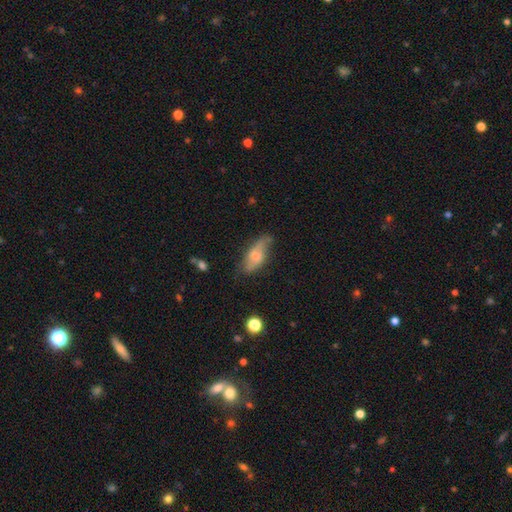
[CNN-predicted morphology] Smooth or featured?
  - smooth: 52% *
  - featured or disk: 39%
  - star or artifact: 8%
How rounded?
  - in between: 77% *
  - cigar-shaped: 19%
  - round: 4%
Merging?
  - none: 49% *
  - minor disturbance: 32%
  - major disturbance: 15%
  - merger: 4%